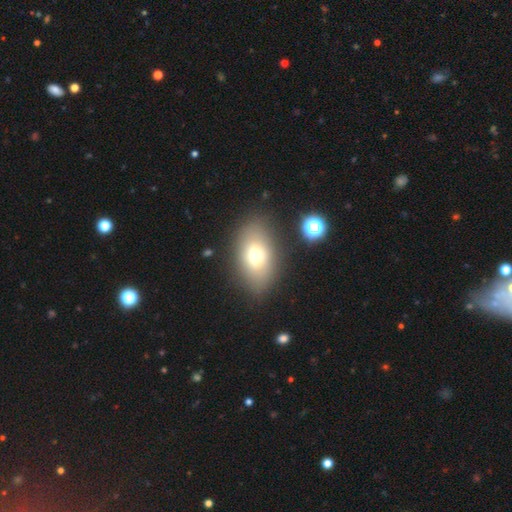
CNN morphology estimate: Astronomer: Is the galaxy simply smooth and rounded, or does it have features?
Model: smooth — 64%.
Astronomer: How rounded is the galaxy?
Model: in between — 87%.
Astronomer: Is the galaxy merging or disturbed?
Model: none — 80%.